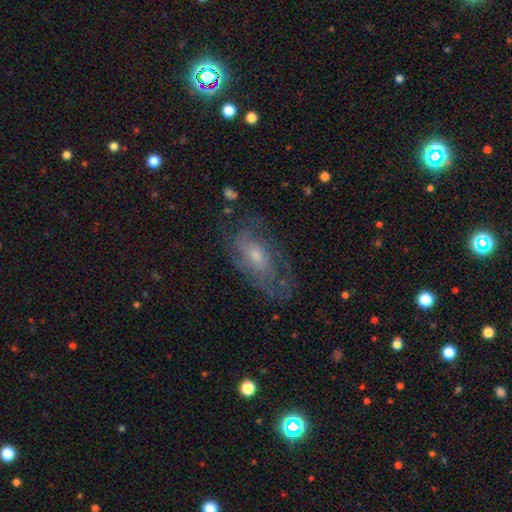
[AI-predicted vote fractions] featured or disk 66%, smooth 27%, star or artifact 8%. Down the decision tree: edge-on disk — no (92%); bar — no (65%); spiral arms — yes (79%); bulge size — small (48%); merging — none (59%).